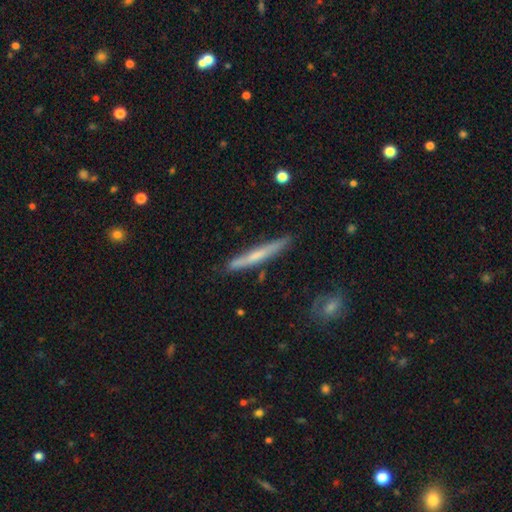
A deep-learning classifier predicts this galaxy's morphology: Overall: smooth (48%; featured or disk 46%). Merging: none (85%).